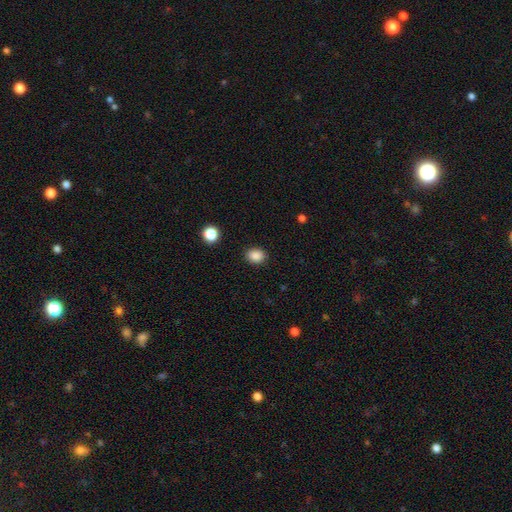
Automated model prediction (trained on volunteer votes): Overall: smooth (87%). How rounded: in between (56%; round 43%). Merging: none (88%).